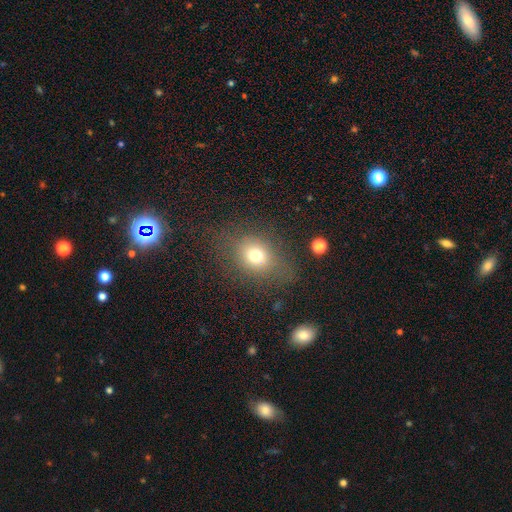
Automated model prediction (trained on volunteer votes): The model was most divided on "how rounded": round: 56%, in between: 43%, cigar-shaped: 1%. More confident: smooth or featured — smooth (71%); merging — none (70%).